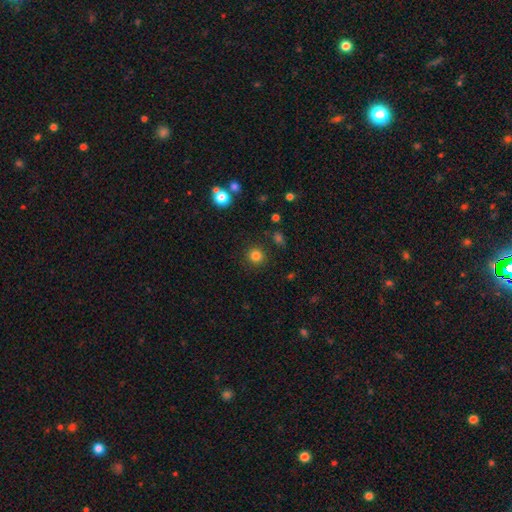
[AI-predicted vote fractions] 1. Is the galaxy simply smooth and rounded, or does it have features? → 81% smooth, 14% star or artifact, 5% featured or disk.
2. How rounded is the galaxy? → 93% round, 6% in between, 1% cigar-shaped.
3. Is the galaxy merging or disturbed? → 89% none, 6% minor disturbance, 3% major disturbance, 2% merger.